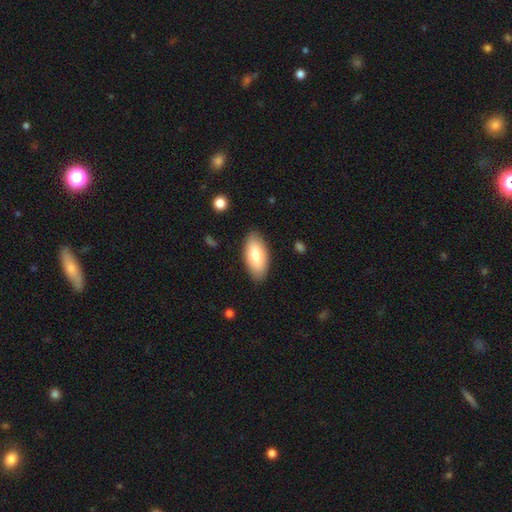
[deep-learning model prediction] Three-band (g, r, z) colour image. It shows a smooth galaxy with no disk features (80%) that is in between round and cigar-shaped (91%). Merging: none (86%).